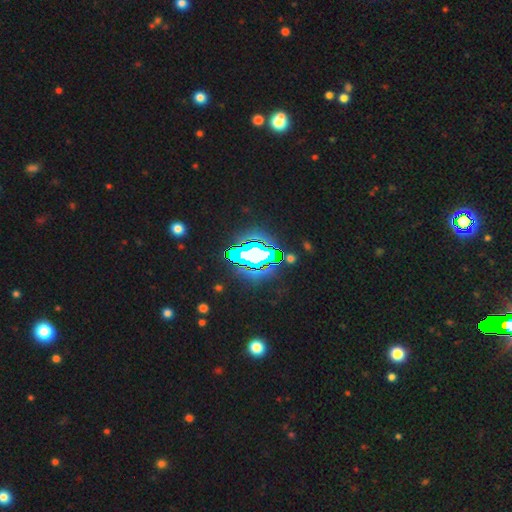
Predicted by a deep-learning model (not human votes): This appears to be a star or artifact, not a galaxy (67%).